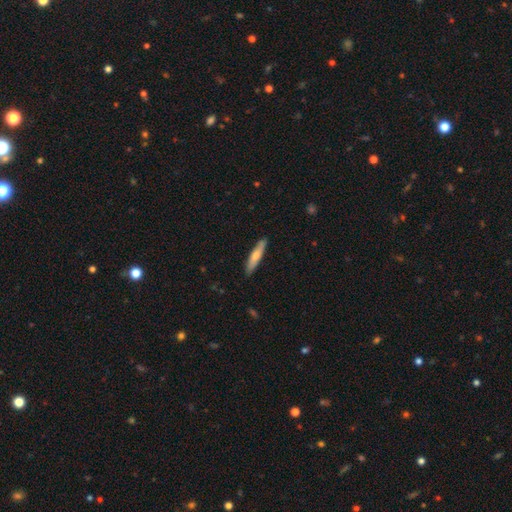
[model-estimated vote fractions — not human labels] A smooth galaxy with no disk features (66%) that is cigar-shaped (87%). Merging: none (87%).